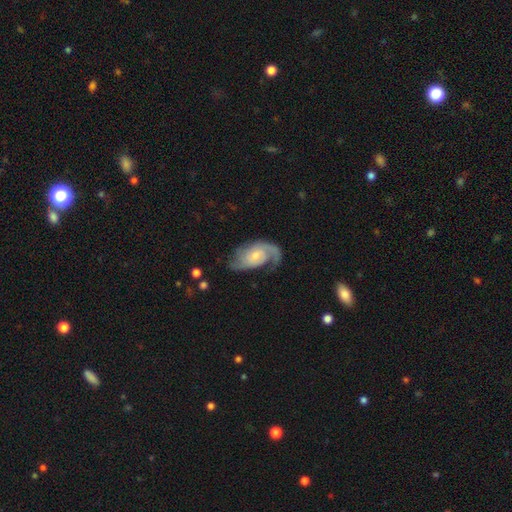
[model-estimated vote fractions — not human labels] Q: Smooth or featured?
A: featured or disk (83%); runner-up: smooth (12%)
Q: Edge-on disk?
A: no (96%); runner-up: yes (4%)
Q: Bar?
A: no (66%); runner-up: weak (29%)
Q: Spiral arms?
A: yes (96%); runner-up: no (4%)
Q: Spiral winding?
A: medium (45%); runner-up: tight (30%)
Q: Spiral arm count?
A: 2 (66%); runner-up: 1 (12%)
Q: Bulge size?
A: small (52%); runner-up: moderate (38%)
Q: Merging?
A: none (64%); runner-up: minor disturbance (20%)